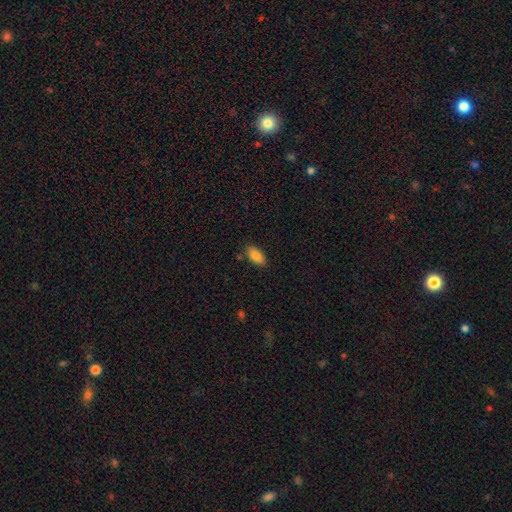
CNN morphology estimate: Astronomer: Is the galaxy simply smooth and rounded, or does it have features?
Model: smooth — 85%.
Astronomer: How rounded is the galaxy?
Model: in between — 91%.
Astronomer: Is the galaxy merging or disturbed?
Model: none — 83%.